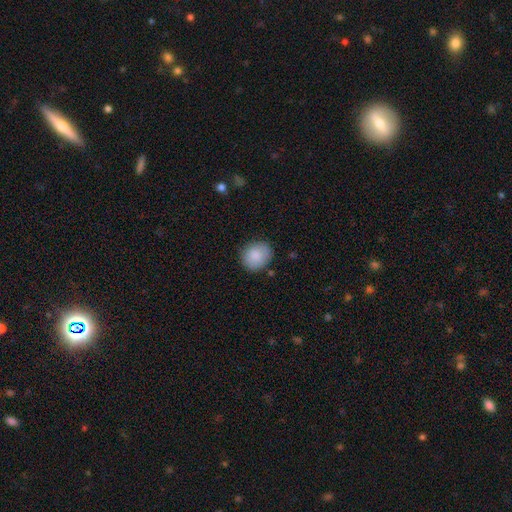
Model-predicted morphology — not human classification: Q: Smooth or featured?
A: smooth (86%); runner-up: featured or disk (7%)
Q: How rounded?
A: round (72%); runner-up: in between (27%)
Q: Merging?
A: none (81%); runner-up: minor disturbance (14%)